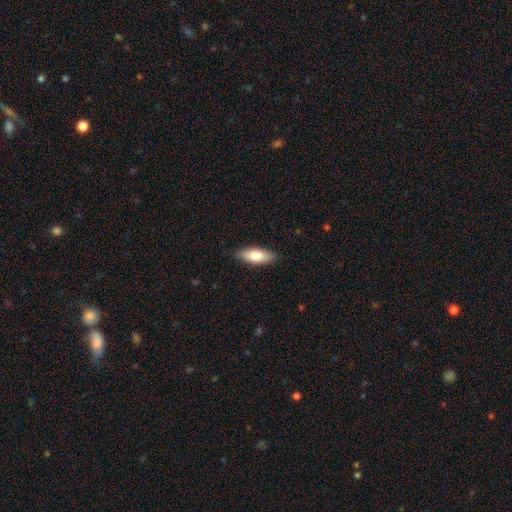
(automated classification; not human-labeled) This is likely a smooth galaxy (78%). How rounded: likely in between (72%). Merging: clearly none (87%).